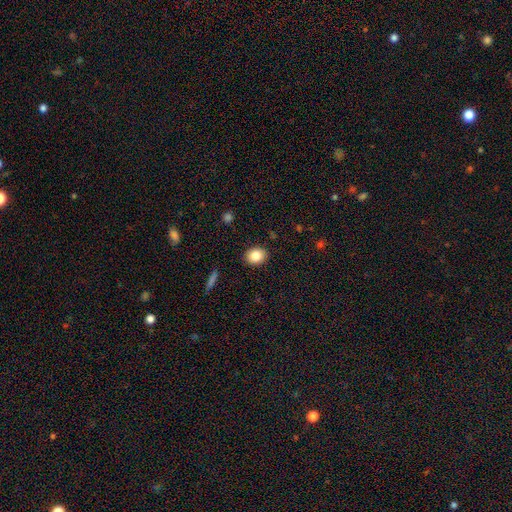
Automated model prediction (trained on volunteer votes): The model was most divided on "how rounded": round: 53%, in between: 46%, cigar-shaped: 1%. More confident: merging — none (89%); smooth or featured — smooth (83%).